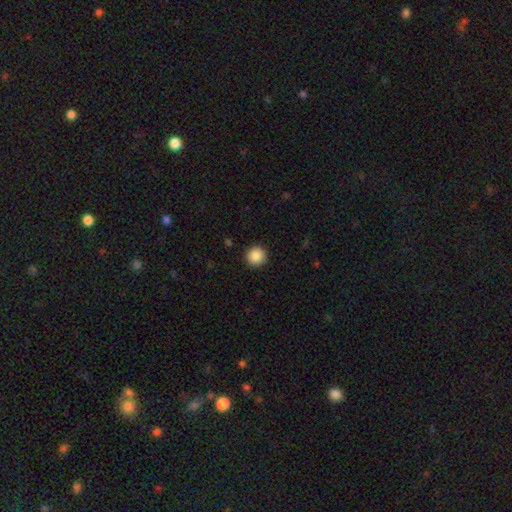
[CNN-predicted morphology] Overall: smooth (88%). How rounded: round (95%). Merging: none (93%).